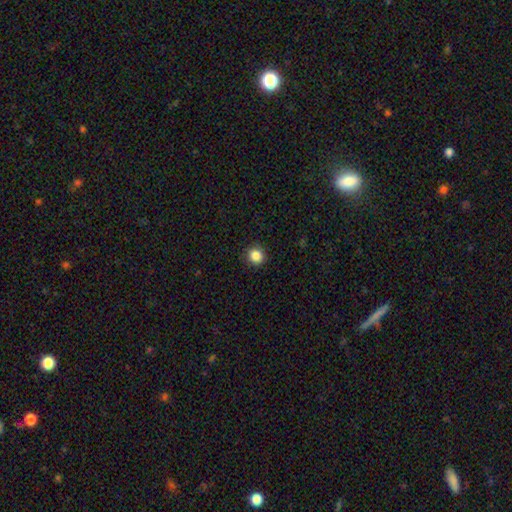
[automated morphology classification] The model was most divided on "how rounded": round: 87%, in between: 12%, cigar-shaped: 1%. More confident: merging — none (91%); smooth or featured — smooth (86%).